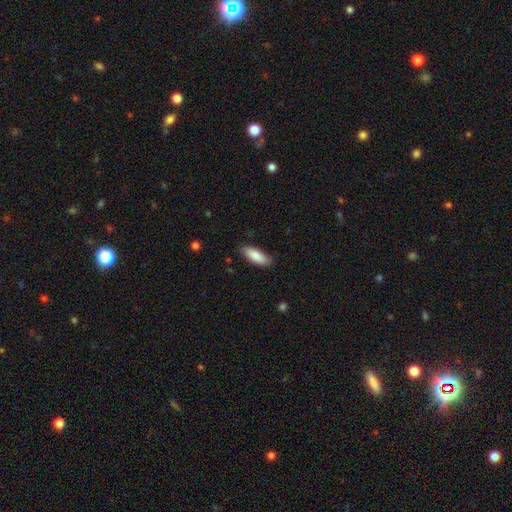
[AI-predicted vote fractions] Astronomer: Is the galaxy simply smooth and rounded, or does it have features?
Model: smooth — 85%.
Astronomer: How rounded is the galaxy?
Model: in between — 70%.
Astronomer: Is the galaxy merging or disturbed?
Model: none — 82%.